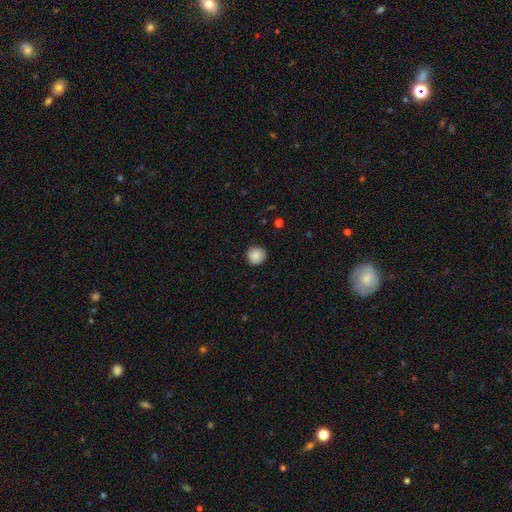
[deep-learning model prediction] This appears to be a smooth galaxy with no disk features (87%) that is round (93%). Merging: none (90%).